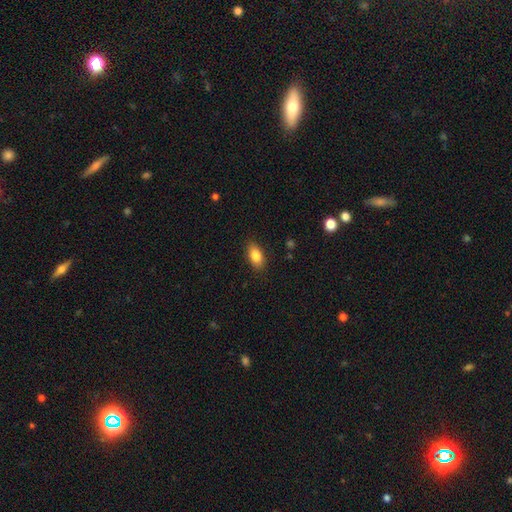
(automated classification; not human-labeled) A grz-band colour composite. It shows a smooth galaxy with no disk features (84%) that is in between round and cigar-shaped (89%). Merging: none (86%).